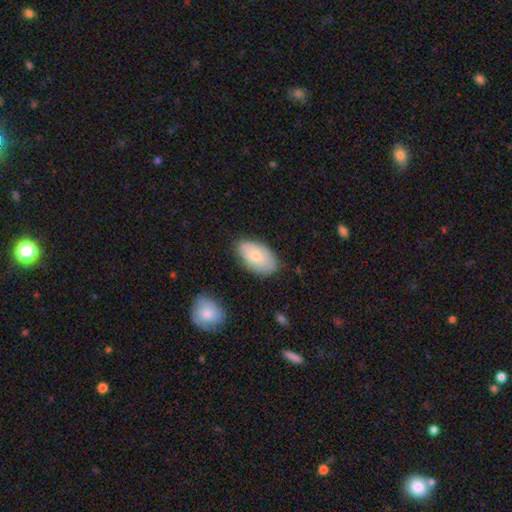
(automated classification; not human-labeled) This appears to be a smooth galaxy with no disk features (71%) that is in between round and cigar-shaped (94%). Merging: none (77%).